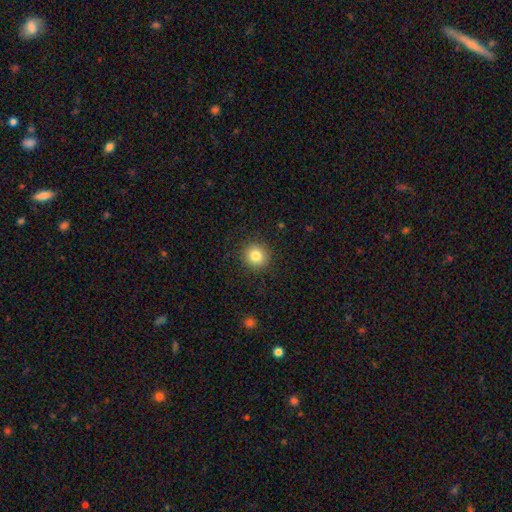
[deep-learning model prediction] Q: Smooth or featured?
A: smooth (82%); runner-up: star or artifact (11%)
Q: How rounded?
A: round (92%); runner-up: in between (7%)
Q: Merging?
A: none (91%); runner-up: minor disturbance (6%)